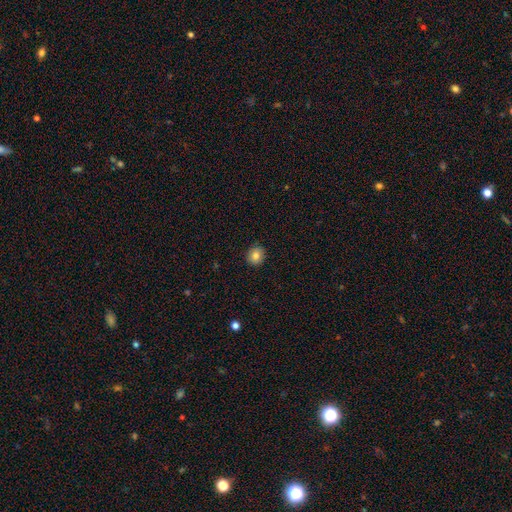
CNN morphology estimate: smooth 82%, star or artifact 9%, featured or disk 9%. Down the decision tree: how rounded — round (82%); merging — none (89%).